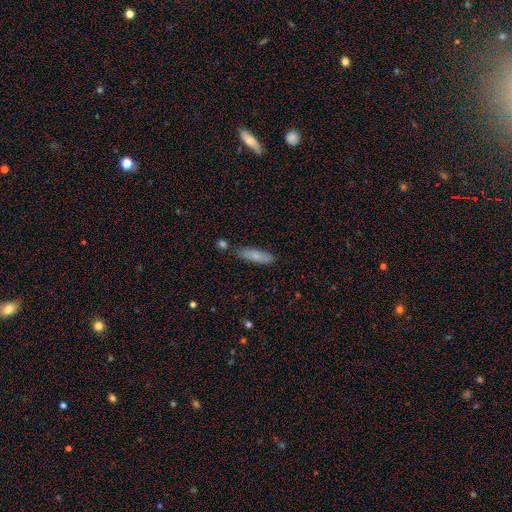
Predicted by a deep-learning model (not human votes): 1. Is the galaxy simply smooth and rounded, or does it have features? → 76% smooth, 17% featured or disk, 7% star or artifact.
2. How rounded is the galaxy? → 59% cigar-shaped, 39% in between, 2% round.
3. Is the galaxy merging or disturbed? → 79% none, 13% minor disturbance, 5% merger, 3% major disturbance.